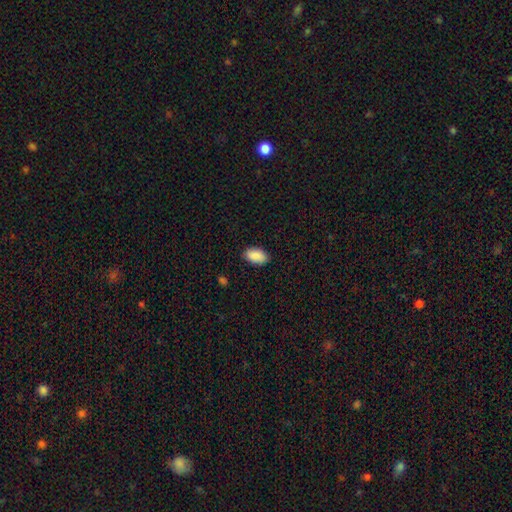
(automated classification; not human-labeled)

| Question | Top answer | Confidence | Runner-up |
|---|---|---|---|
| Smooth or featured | smooth | 90% | star or artifact (7%) |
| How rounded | in between | 94% | round (5%) |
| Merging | none | 86% | minor disturbance (11%) |